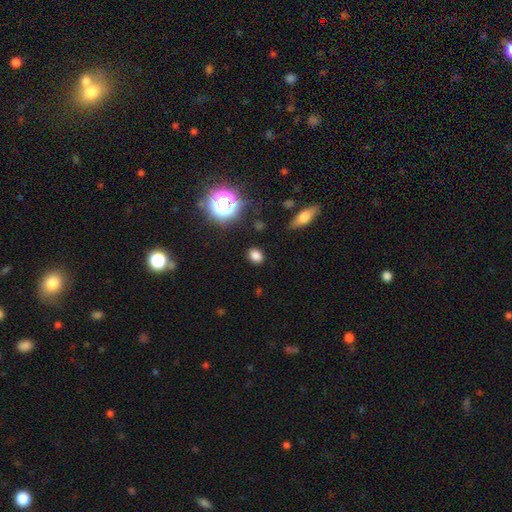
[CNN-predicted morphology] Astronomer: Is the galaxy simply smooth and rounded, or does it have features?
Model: smooth — 79%.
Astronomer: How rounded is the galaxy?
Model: in between — 57% (runner-up: round, 41%).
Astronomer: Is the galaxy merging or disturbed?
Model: none — 85%.